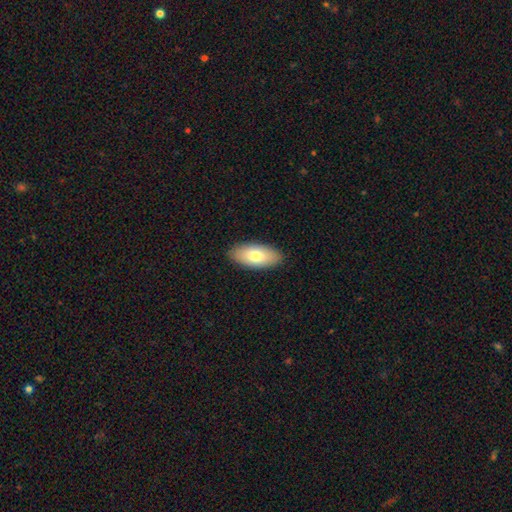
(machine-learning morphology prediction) Smooth or featured?
  - smooth: 77% *
  - featured or disk: 17%
  - star or artifact: 6%
How rounded?
  - in between: 90% *
  - cigar-shaped: 8%
  - round: 2%
Merging?
  - none: 89% *
  - minor disturbance: 8%
  - major disturbance: 2%
  - merger: 1%